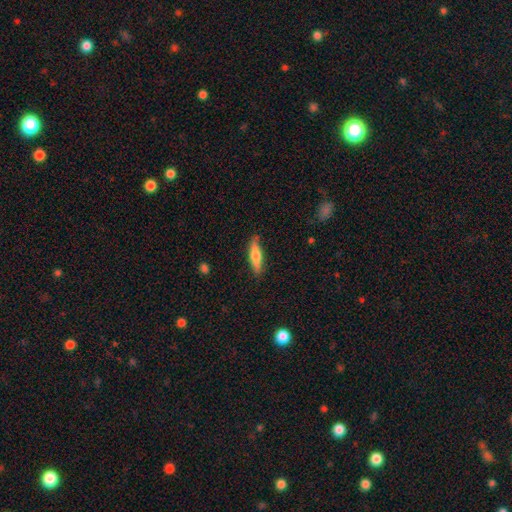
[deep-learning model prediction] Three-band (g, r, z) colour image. It shows a smooth galaxy with no disk features (60%) that is cigar-shaped (74%). Merging: none (84%).